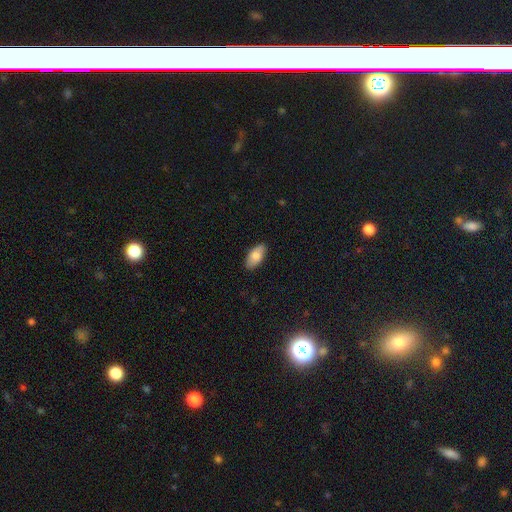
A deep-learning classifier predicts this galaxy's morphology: This appears to be a smooth galaxy with no disk features (82%) that is in between round and cigar-shaped (92%). Merging: none (87%).